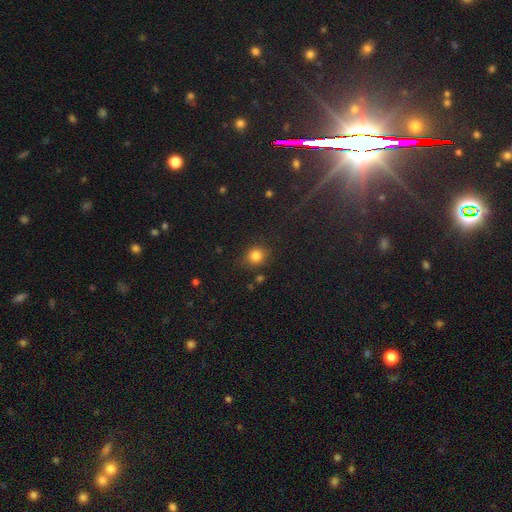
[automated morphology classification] Overall: smooth (82%). How rounded: round (82%). Merging: none (82%).